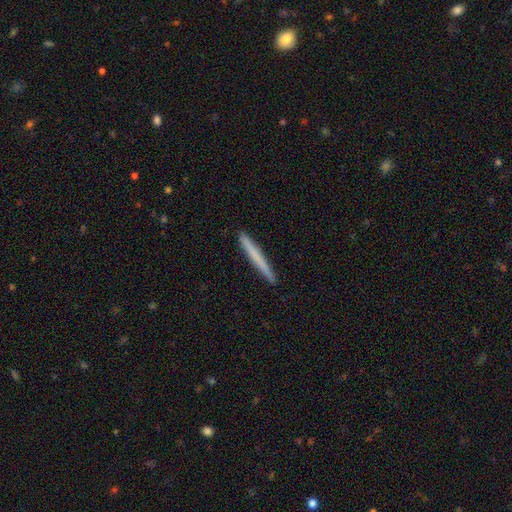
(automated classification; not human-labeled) Morphology: type=smooth (64%); roundness=cigar-shaped (97%); merging=none (92%).